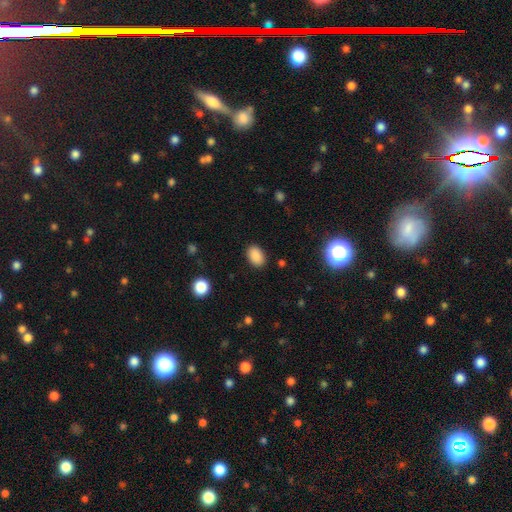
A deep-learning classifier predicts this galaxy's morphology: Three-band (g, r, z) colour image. It shows a smooth galaxy with no disk features (88%) that is in between round and cigar-shaped (86%). Merging: none (88%).